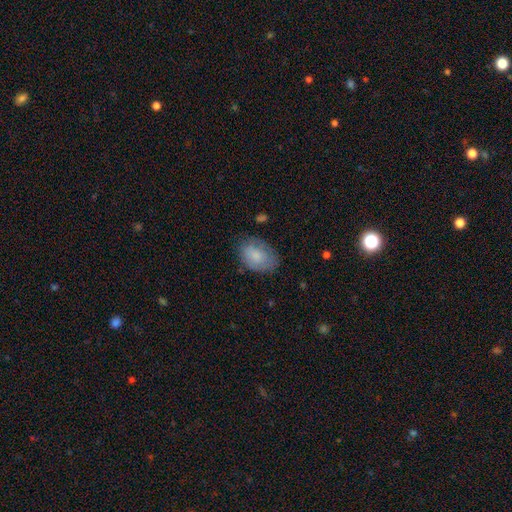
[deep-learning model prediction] The model was most divided on "merging": none: 69%, minor disturbance: 23%, major disturbance: 7%, merger: 2%. More confident: how rounded — in between (81%); smooth or featured — smooth (80%).